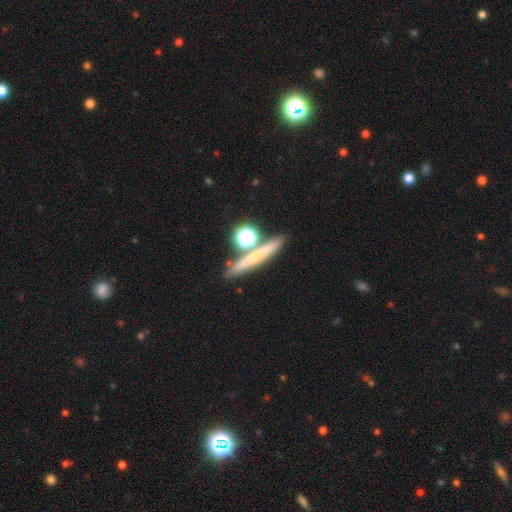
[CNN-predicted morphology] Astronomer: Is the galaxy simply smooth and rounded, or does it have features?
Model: smooth — 54%.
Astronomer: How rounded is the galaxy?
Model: cigar-shaped — 60%.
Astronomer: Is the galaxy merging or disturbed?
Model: none — 74%.